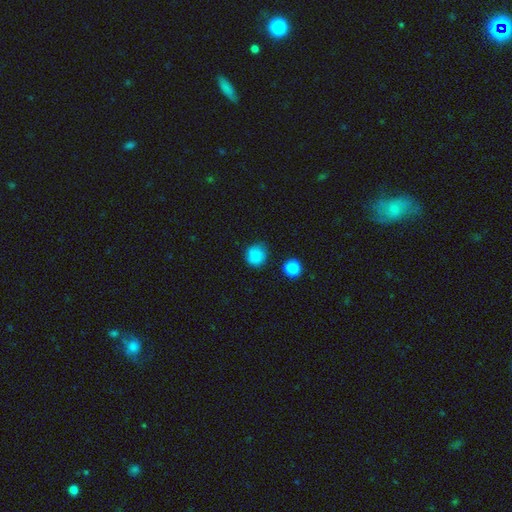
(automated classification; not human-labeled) Smooth or featured: smooth — 84% (star or artifact — 10%)
How rounded: round — 86% (in between — 13%)
Merging: none — 77% (minor disturbance — 17%)